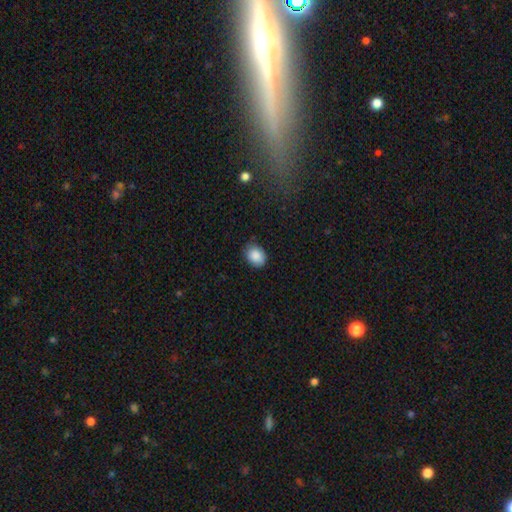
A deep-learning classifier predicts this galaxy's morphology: type=smooth (88%); roundness=in between (52%); merging=none (78%).